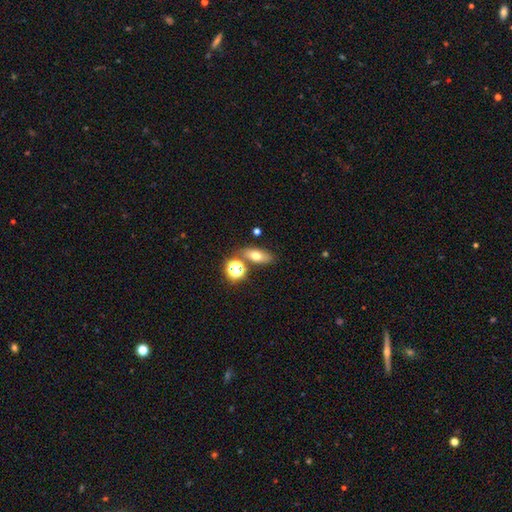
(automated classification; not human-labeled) Smooth or featured: smooth — 66% (featured or disk — 19%)
How rounded: in between — 70% (round — 16%)
Merging: none — 72% (merger — 14%)